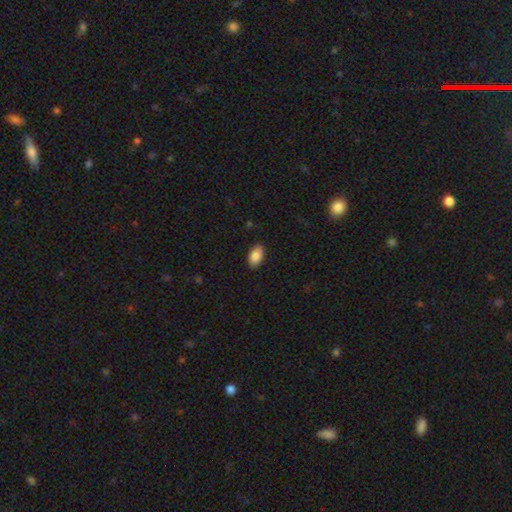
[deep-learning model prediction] The model was most divided on "smooth or featured": smooth: 86%, featured or disk: 7%, star or artifact: 7%. More confident: how rounded — in between (94%); merging — none (89%).